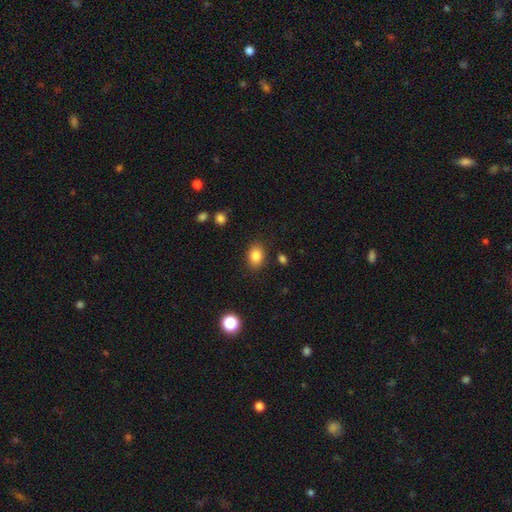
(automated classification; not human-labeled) smooth-or-featured: smooth: 85% | star or artifact: 10% | featured or disk: 6%
  how-rounded: in between: 63% | round: 36% | cigar-shaped: 1%
  merging: none: 85% | minor disturbance: 10% | major disturbance: 3% | merger: 2%